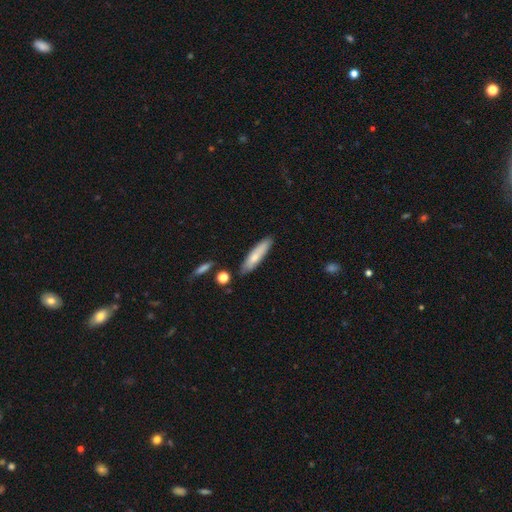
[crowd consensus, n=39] Smooth or featured? smooth (79%)
How rounded? cigar-shaped (61%)
Merging? none (72%)